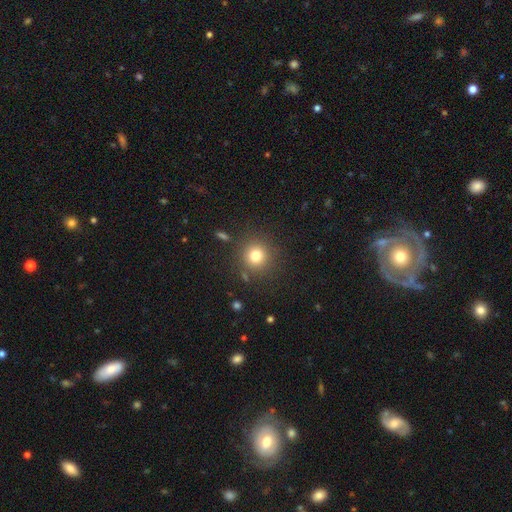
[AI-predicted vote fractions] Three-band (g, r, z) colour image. It shows a smooth galaxy with no disk features (79%) that is round (94%). Merging: none (86%).